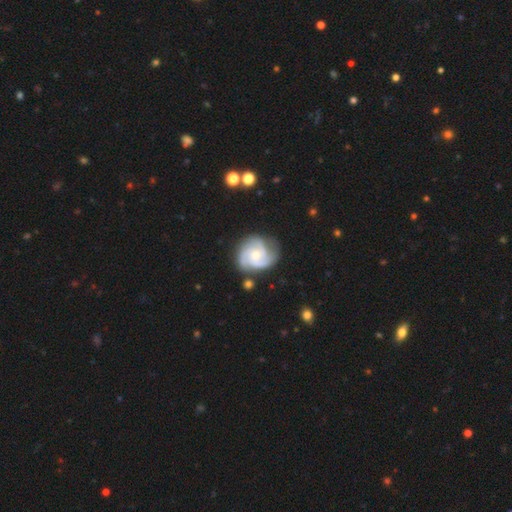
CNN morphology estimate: This appears to be a featured or disk galaxy (87%) with no bar (73%), 3 (61%) tight (56%) spiral arms (97%) and a moderate central bulge (58%). Merging: none (68%).